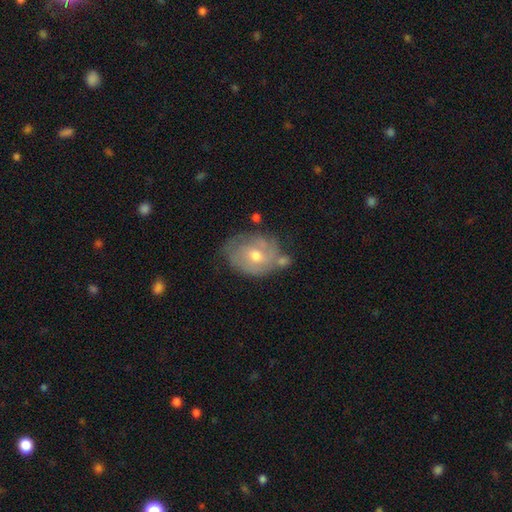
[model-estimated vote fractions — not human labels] This appears to be a featured or disk galaxy (60%) with no bar (68%), spiral arms (65%) and a moderate central bulge (69%). Merging: none (52%).